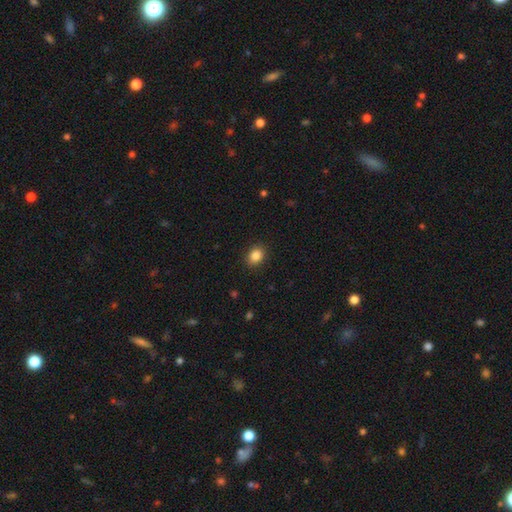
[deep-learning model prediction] A smooth galaxy with no disk features (86%) that is in between round and cigar-shaped (52%).

Vote fractions:
- Smooth or featured? smooth: 86% / star or artifact: 9% / featured or disk: 5%
- How rounded? in between: 52% / round: 47% / cigar-shaped: 1%
- Merging? none: 89% / minor disturbance: 8% / major disturbance: 2% / merger: 1%